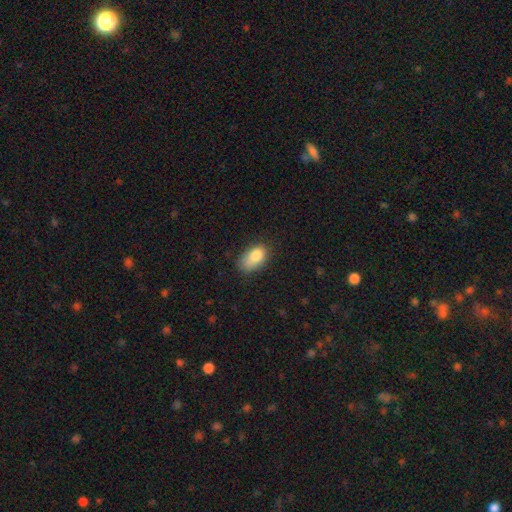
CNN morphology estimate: smooth 82%, featured or disk 10%, star or artifact 8%. Down the decision tree: how rounded — in between (90%); merging — none (50%).